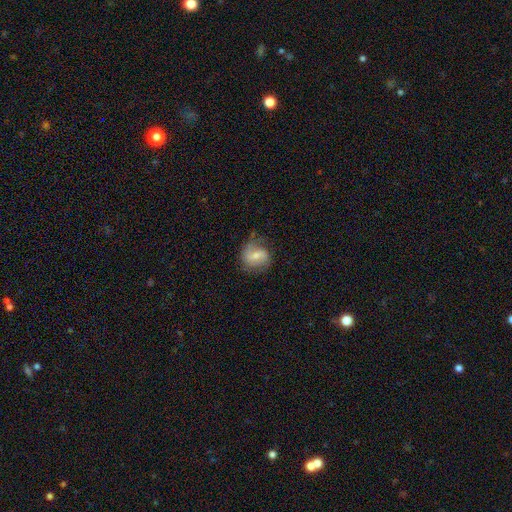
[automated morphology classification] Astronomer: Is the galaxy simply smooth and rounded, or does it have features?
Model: featured or disk — 60%.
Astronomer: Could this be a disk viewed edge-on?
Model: no — 97%.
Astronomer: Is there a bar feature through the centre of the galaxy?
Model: weak — 52% (runner-up: no, 28%).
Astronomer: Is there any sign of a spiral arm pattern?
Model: yes — 85%.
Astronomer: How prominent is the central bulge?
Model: moderate — 49% (runner-up: small, 44%).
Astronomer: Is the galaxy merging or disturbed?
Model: none — 64%.